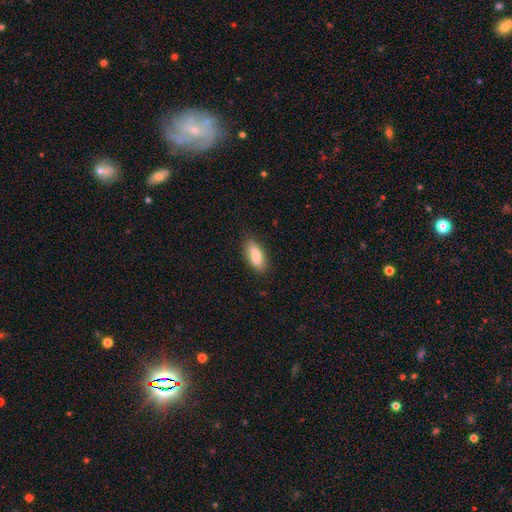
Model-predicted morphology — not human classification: smooth_or_featured: smooth (p=0.82) [alt: featured or disk p=0.12]
how_rounded: in between (p=0.81) [alt: cigar-shaped p=0.17]
merging: none (p=0.82) [alt: minor disturbance p=0.14]